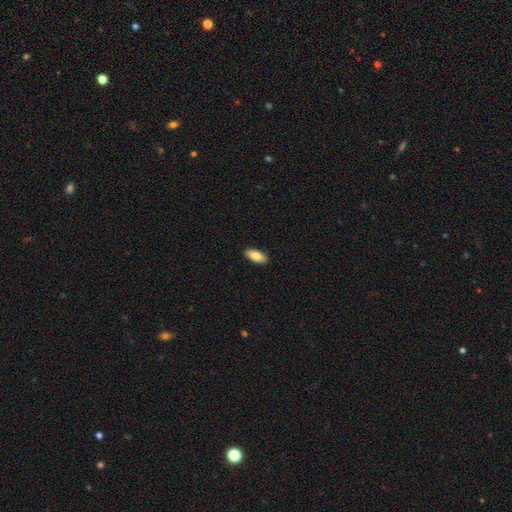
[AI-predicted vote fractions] Smooth or featured? smooth (83%)
How rounded? in between (87%)
Merging? none (91%)